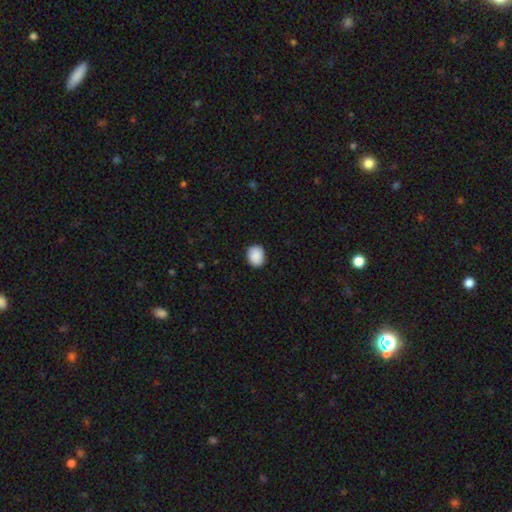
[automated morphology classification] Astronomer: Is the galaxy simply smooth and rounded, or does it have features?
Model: smooth — 90%.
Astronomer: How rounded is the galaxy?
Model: round — 51% (runner-up: in between, 48%).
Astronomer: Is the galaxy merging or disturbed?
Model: none — 89%.